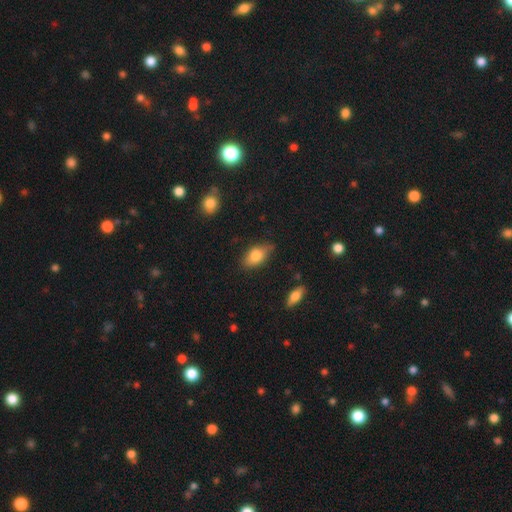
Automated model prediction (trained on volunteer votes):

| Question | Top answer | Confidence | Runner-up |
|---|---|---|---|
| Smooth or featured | smooth | 76% | featured or disk (16%) |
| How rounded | in between | 87% | round (7%) |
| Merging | none | 74% | minor disturbance (20%) |